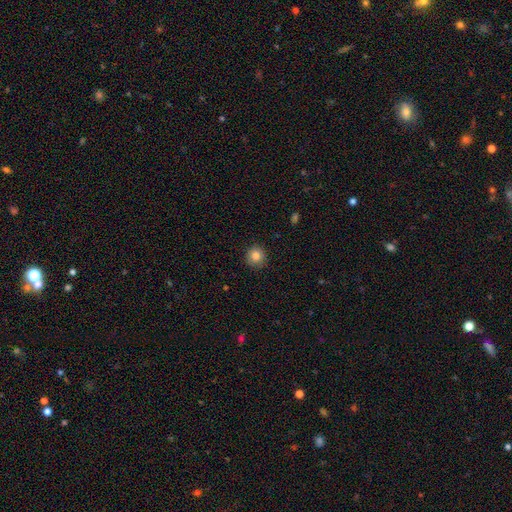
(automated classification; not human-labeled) A smooth galaxy with no disk features (82%) that is round (93%).

Vote fractions:
- Smooth or featured? smooth: 82% / star or artifact: 10% / featured or disk: 8%
- How rounded? round: 93% / in between: 6% / cigar-shaped: 1%
- Merging? none: 90% / minor disturbance: 7% / major disturbance: 2% / merger: 1%